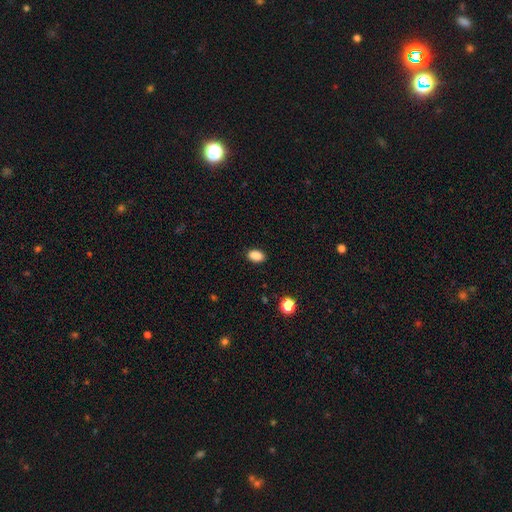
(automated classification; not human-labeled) A smooth galaxy with no disk features (87%) that is in between round and cigar-shaped (88%).

Vote fractions:
- Smooth or featured? smooth: 87% / star or artifact: 9% / featured or disk: 3%
- How rounded? in between: 88% / round: 11% / cigar-shaped: 1%
- Merging? none: 89% / minor disturbance: 8% / major disturbance: 2% / merger: 1%